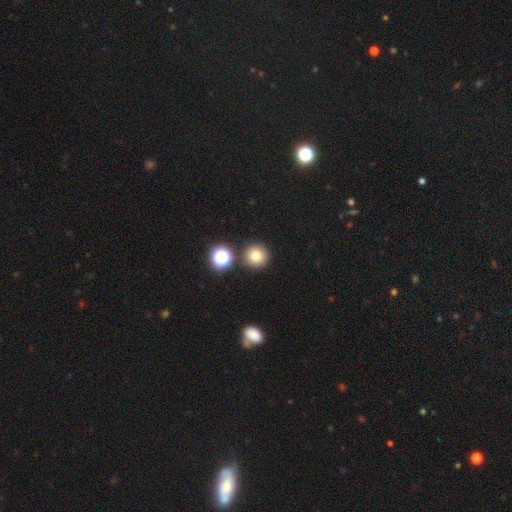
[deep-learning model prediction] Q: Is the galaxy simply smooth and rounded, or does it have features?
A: smooth — 77%.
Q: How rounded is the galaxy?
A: round — 94%.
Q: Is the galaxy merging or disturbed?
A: none — 84%.